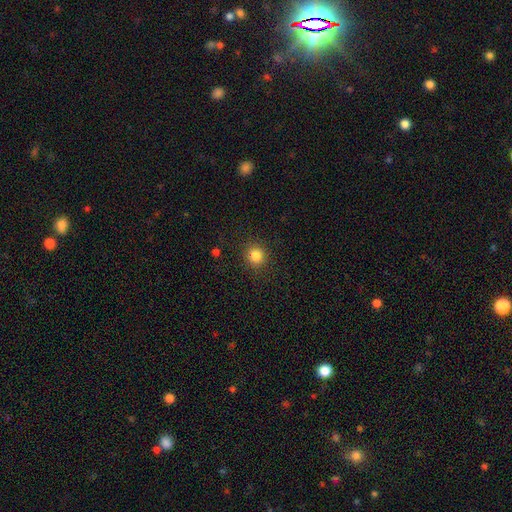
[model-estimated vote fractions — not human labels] The model was most divided on "smooth or featured": smooth: 84%, star or artifact: 12%, featured or disk: 5%. More confident: merging — none (89%); how rounded — round (89%).